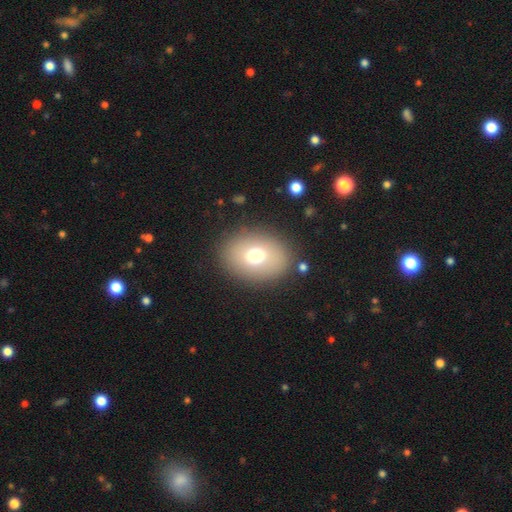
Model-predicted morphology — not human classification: smooth-or-featured: smooth: 70% | featured or disk: 18% | star or artifact: 13%
  how-rounded: in between: 58% | round: 41% | cigar-shaped: 1%
  merging: none: 85% | minor disturbance: 8% | major disturbance: 4% | merger: 2%